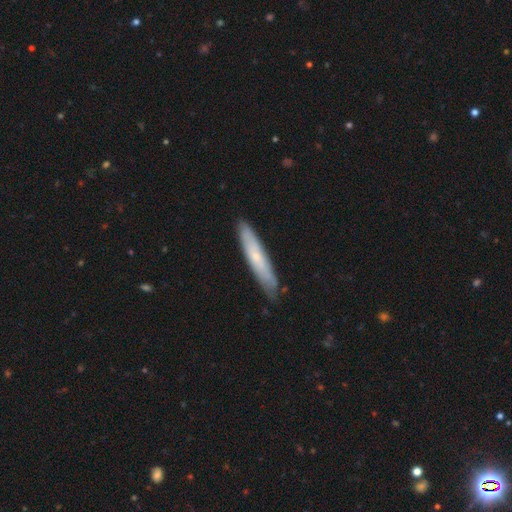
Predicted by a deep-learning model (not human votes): Smooth or featured? Predicted: smooth (p=0.52). How rounded? Predicted: cigar-shaped (p=0.89). Merging? Predicted: none (p=0.82).